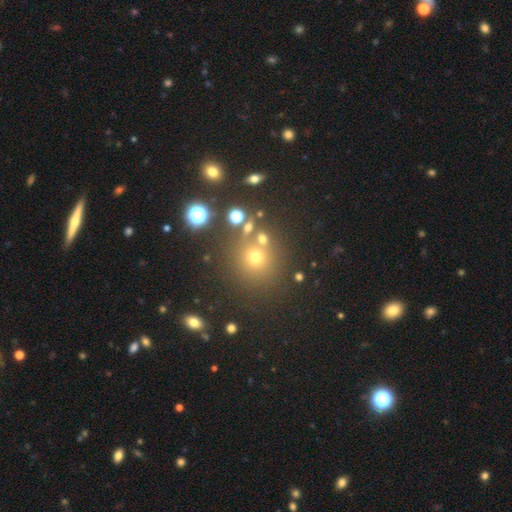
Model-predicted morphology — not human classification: smooth-or-featured: smooth: 61% | star or artifact: 28% | featured or disk: 11%
  how-rounded: round: 90% | in between: 9% | cigar-shaped: 1%
  merging: none: 74% | merger: 12% | minor disturbance: 9% | major disturbance: 5%